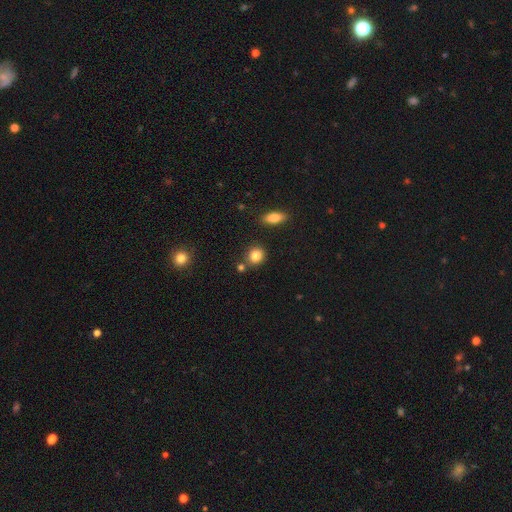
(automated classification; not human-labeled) A smooth galaxy with no disk features (83%) that is round (80%).

Vote fractions:
- Smooth or featured? smooth: 83% / star or artifact: 10% / featured or disk: 6%
- How rounded? round: 80% / in between: 19% / cigar-shaped: 1%
- Merging? none: 78% / minor disturbance: 10% / merger: 10% / major disturbance: 3%